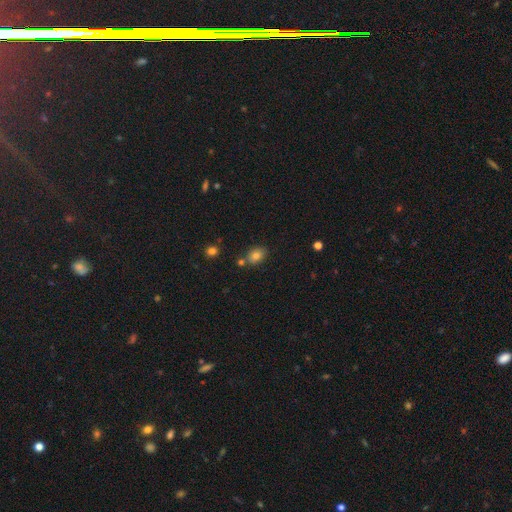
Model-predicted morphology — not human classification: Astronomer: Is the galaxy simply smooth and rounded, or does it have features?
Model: smooth — 80%.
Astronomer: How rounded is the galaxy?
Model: in between — 72%.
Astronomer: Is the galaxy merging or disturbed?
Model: none — 70%.